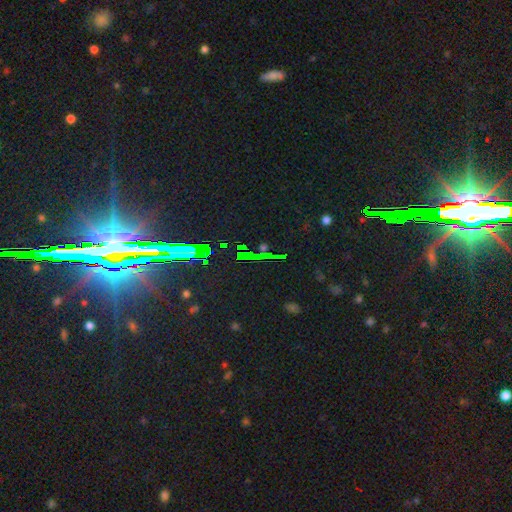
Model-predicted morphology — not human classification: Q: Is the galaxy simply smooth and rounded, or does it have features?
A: star or artifact — 82%.